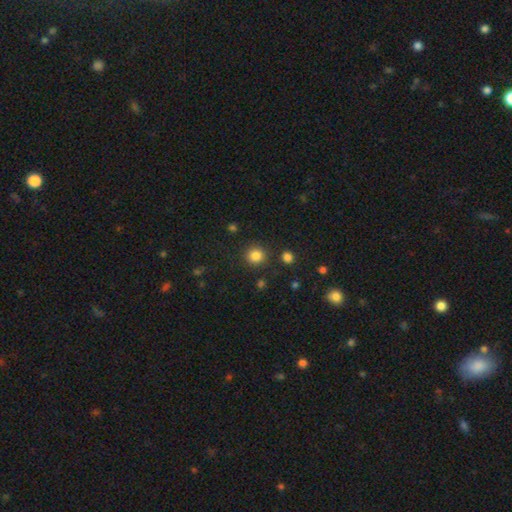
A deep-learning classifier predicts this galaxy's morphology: This appears to be a smooth galaxy with no disk features (84%) that is round (92%). Merging: none (87%).